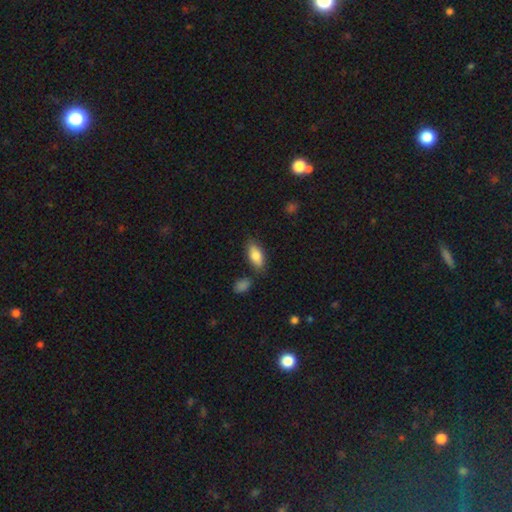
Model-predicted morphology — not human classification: This appears to be a smooth galaxy with no disk features (80%) that is in between round and cigar-shaped (84%). Merging: none (76%).